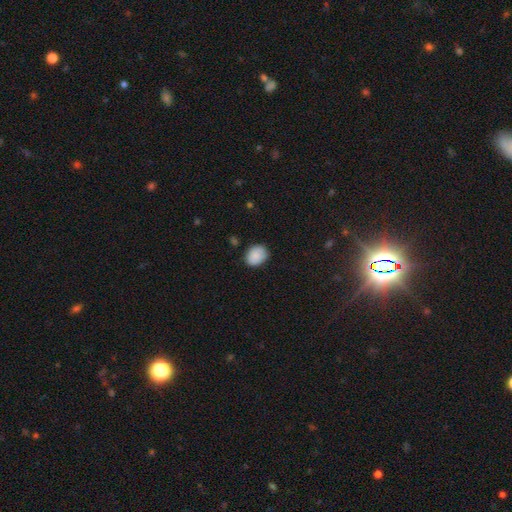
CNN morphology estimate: type=smooth (88%); roundness=round (51%); merging=none (82%).